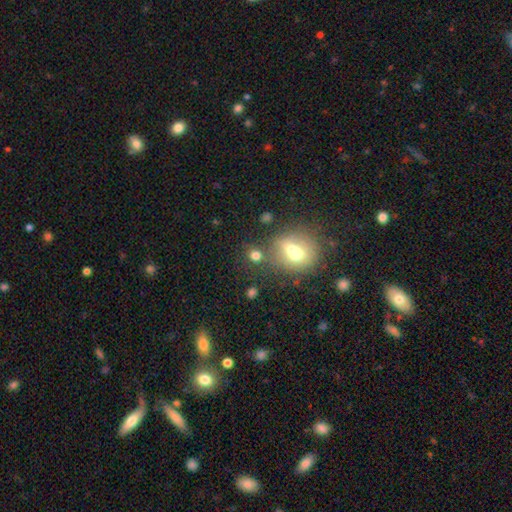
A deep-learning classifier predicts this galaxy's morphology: Smooth or featured: smooth — 73% (star or artifact — 16%)
How rounded: round — 76% (in between — 22%)
Merging: none — 54% (merger — 31%)